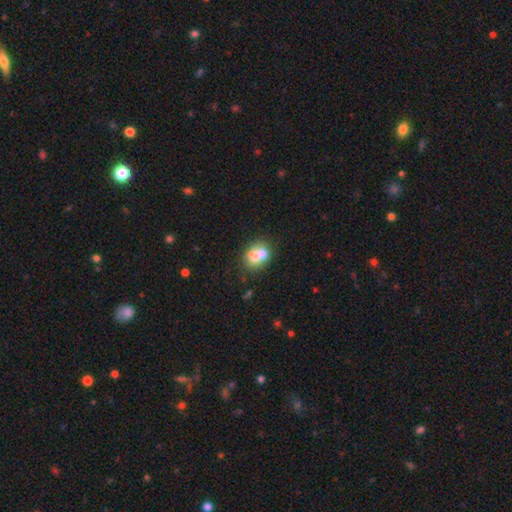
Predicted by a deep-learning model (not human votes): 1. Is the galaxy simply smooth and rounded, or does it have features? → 64% smooth, 26% featured or disk, 10% star or artifact.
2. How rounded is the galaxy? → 58% round, 41% in between, 1% cigar-shaped.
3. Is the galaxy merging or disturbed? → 55% merger, 32% none, 9% minor disturbance, 4% major disturbance.